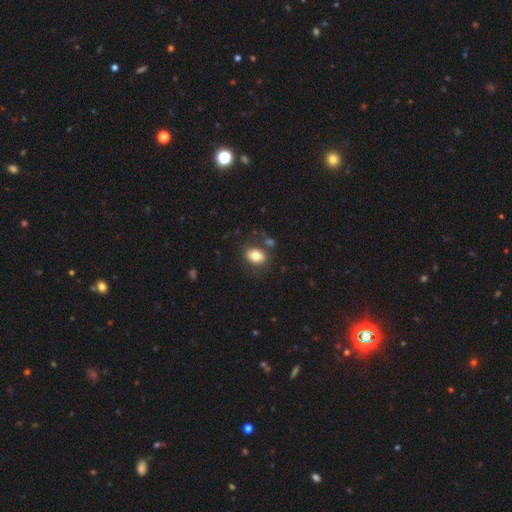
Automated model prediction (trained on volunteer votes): This is likely a smooth galaxy (78%). How rounded: likely in between (71%). Merging: likely none (74%).